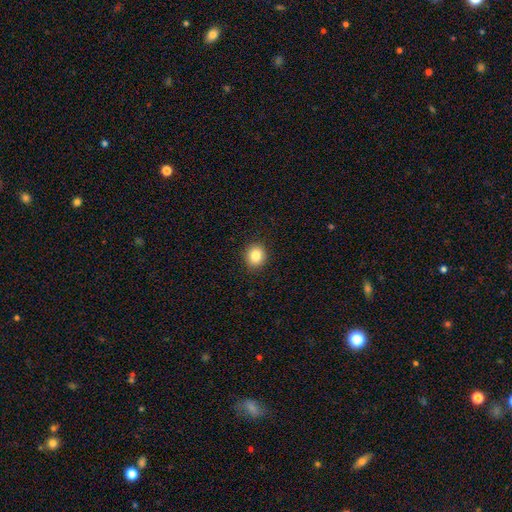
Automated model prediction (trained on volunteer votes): smooth-or-featured: smooth: 84% | star or artifact: 10% | featured or disk: 6%
  how-rounded: round: 82% | in between: 17% | cigar-shaped: 1%
  merging: none: 91% | minor disturbance: 6% | major disturbance: 2% | merger: 1%